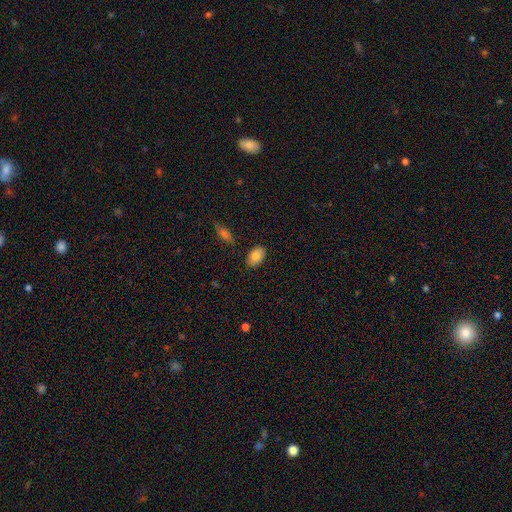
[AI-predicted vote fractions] smooth_or_featured: smooth (p=0.84) [alt: featured or disk p=0.09]
how_rounded: in between (p=0.88) [alt: round p=0.11]
merging: none (p=0.85) [alt: minor disturbance p=0.11]